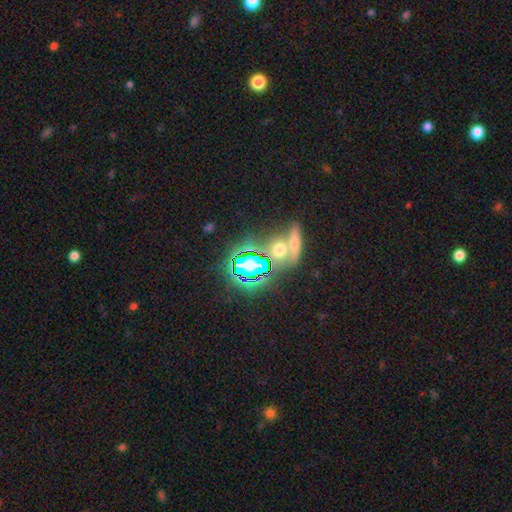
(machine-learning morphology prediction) This is likely a star or artifact rather than a galaxy (66%).